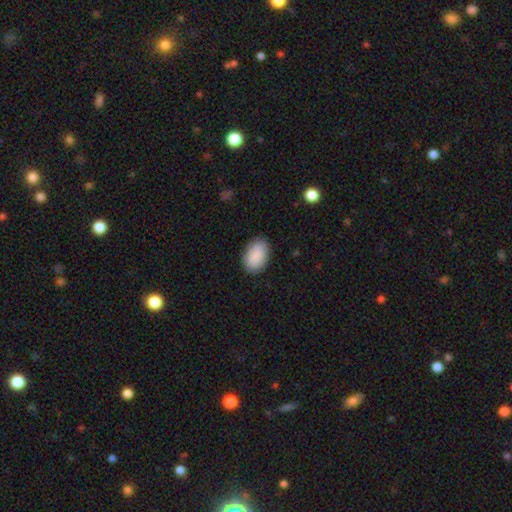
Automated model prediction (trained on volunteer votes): This is clearly a smooth galaxy (90%). How rounded: clearly in between (90%). Merging: clearly none (85%).